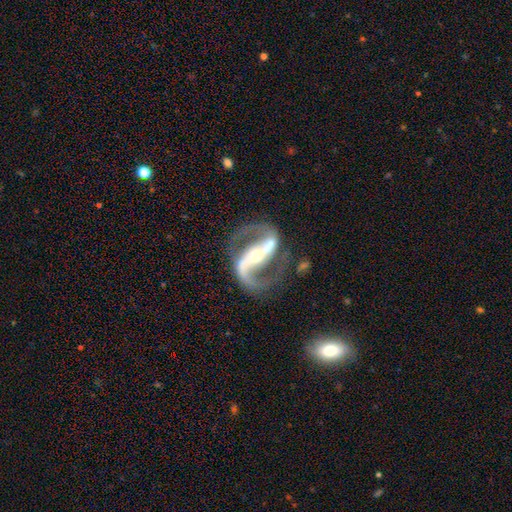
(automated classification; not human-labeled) featured or disk 92%, star or artifact 4%, smooth 3%. Down the decision tree: edge-on disk — no (97%); bar — strong (68%); spiral arms — yes (98%); spiral arm count — 2 (94%); spiral winding — medium (54%); bulge size — small (51%); merging — none (78%).